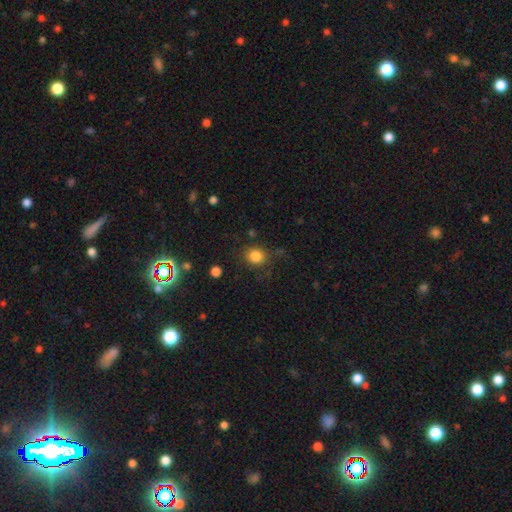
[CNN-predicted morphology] smooth-or-featured: smooth: 83% | star or artifact: 11% | featured or disk: 5%
  how-rounded: round: 84% | in between: 15% | cigar-shaped: 1%
  merging: none: 79% | minor disturbance: 13% | major disturbance: 5% | merger: 3%